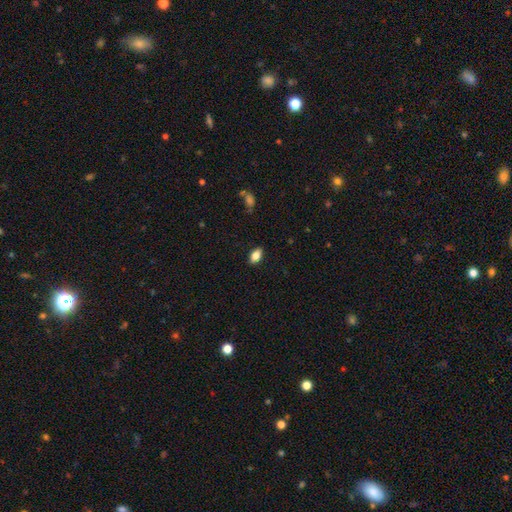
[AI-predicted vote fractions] Morphology: type=smooth (81%); roundness=in between (89%); merging=none (88%).